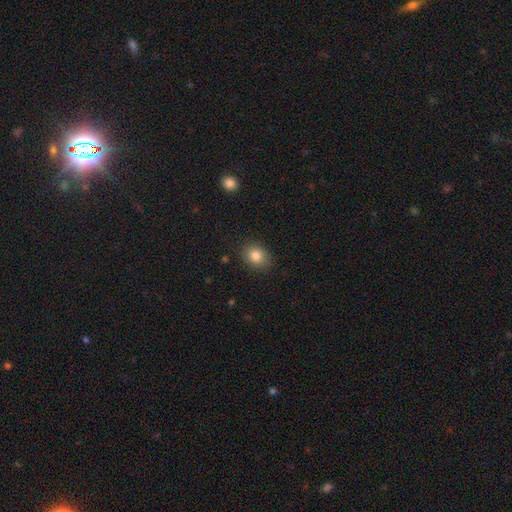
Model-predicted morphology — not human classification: Smooth or featured? smooth (83%)
How rounded? in between (50%)
Merging? none (87%)